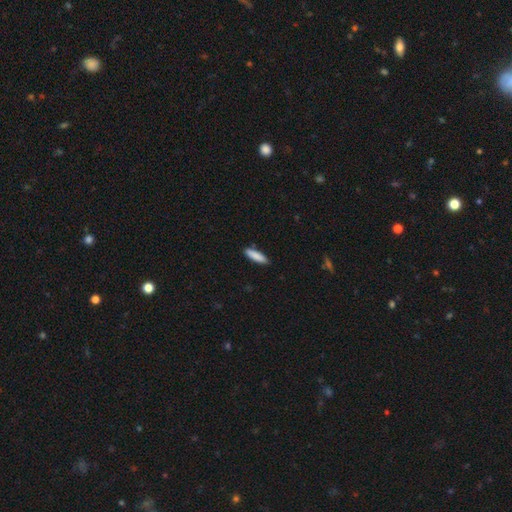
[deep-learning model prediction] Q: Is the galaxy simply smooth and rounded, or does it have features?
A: smooth — 87%.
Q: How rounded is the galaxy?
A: cigar-shaped — 69%.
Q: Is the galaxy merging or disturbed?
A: none — 87%.